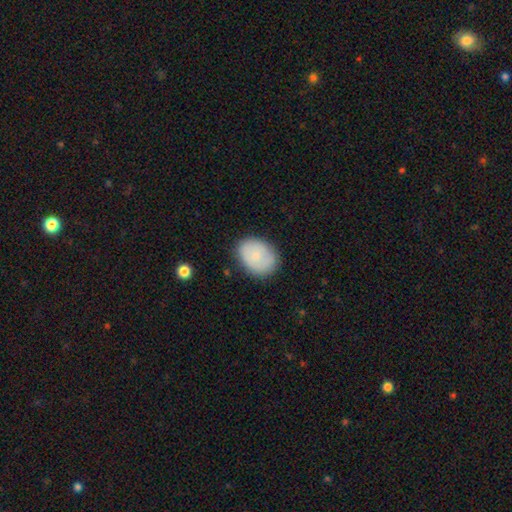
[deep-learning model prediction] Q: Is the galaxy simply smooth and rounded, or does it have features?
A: smooth — 74%.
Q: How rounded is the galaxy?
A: in between — 67%.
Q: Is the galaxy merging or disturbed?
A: none — 78%.